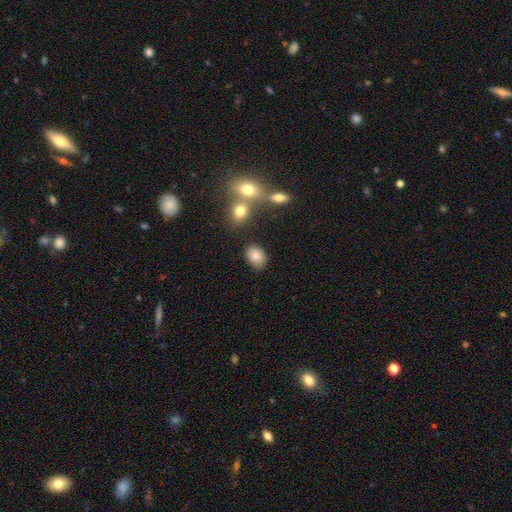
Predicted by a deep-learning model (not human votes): Smooth or featured? Predicted: smooth (p=0.83). How rounded? Predicted: in between (p=0.66). Merging? Predicted: none (p=0.77).